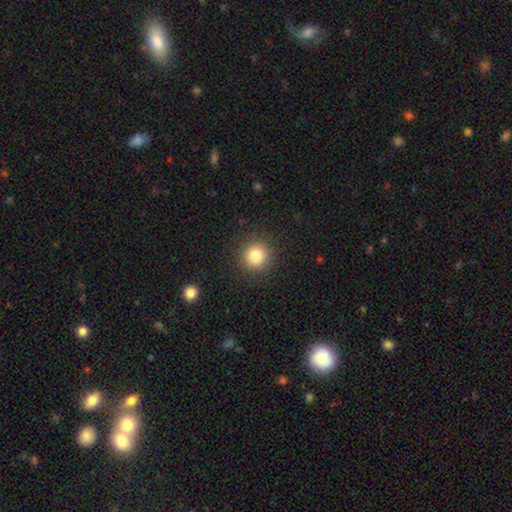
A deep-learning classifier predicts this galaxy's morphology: A smooth galaxy with no disk features (83%) that is round (93%).

Vote fractions:
- Smooth or featured? smooth: 83% / star or artifact: 11% / featured or disk: 6%
- How rounded? round: 93% / in between: 6% / cigar-shaped: 1%
- Merging? none: 90% / minor disturbance: 6% / major disturbance: 3% / merger: 1%